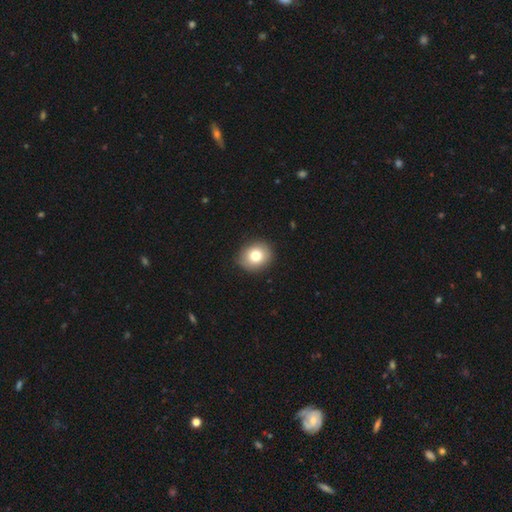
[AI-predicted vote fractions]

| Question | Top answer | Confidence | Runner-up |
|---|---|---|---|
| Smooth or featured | smooth | 78% | featured or disk (12%) |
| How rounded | round | 70% | in between (29%) |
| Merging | none | 88% | minor disturbance (9%) |